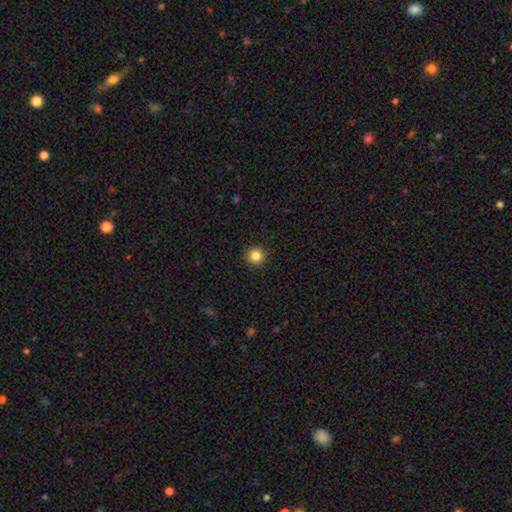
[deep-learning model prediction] The model was most divided on "smooth or featured": smooth: 85%, star or artifact: 11%, featured or disk: 4%. More confident: how rounded — round (95%); merging — none (93%).